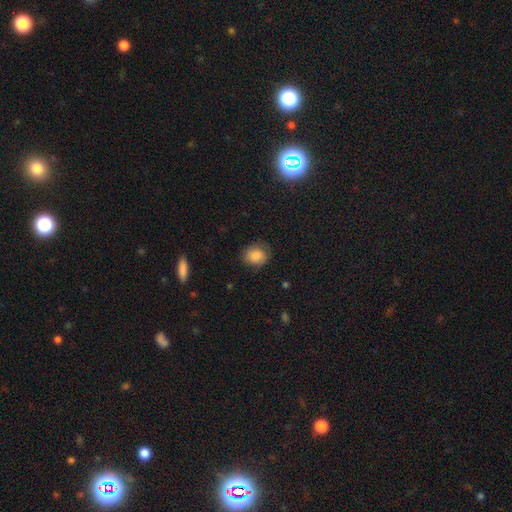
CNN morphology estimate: Smooth or featured? smooth (84%)
How rounded? round (68%)
Merging? none (76%)